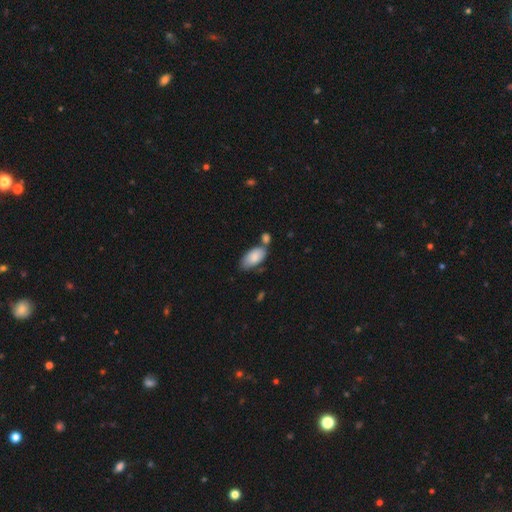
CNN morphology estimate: Overall: smooth (84%). How rounded: in between (94%). Merging: none (50%; merger 24%).